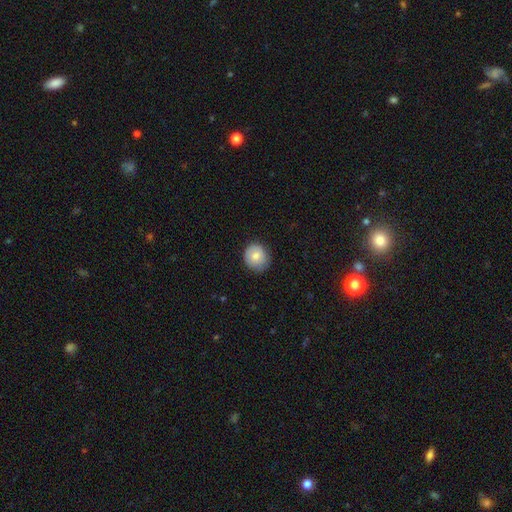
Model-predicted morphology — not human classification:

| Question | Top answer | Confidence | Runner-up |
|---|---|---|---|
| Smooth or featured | smooth | 77% | featured or disk (15%) |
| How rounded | round | 84% | in between (16%) |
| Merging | none | 81% | minor disturbance (16%) |